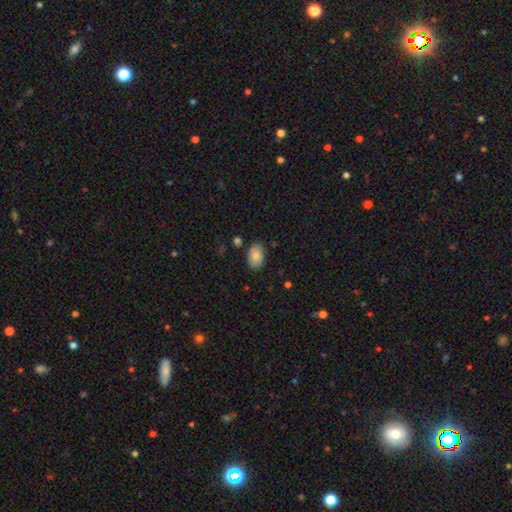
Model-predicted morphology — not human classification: This appears to be a smooth galaxy with no disk features (84%) that is in between round and cigar-shaped (89%). Merging: none (79%).